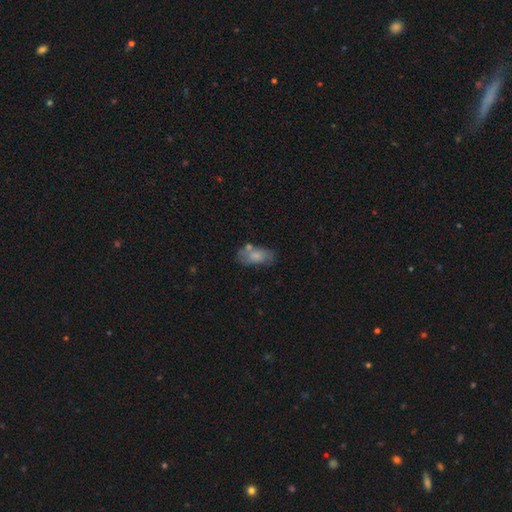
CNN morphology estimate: Smooth or featured? Predicted: smooth (p=0.72). How rounded? Predicted: in between (p=0.90). Merging? Predicted: none (p=0.50).